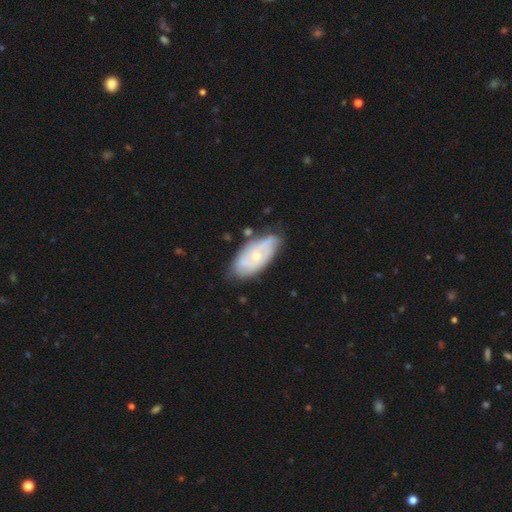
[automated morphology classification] Smooth or featured? Predicted: featured or disk (p=0.63). Edge-on disk? Predicted: no (p=0.92). Bar? Predicted: no (p=0.75). Spiral arms? Predicted: yes (p=0.77). Bulge size? Predicted: small (p=0.60). Merging? Predicted: none (p=0.66).